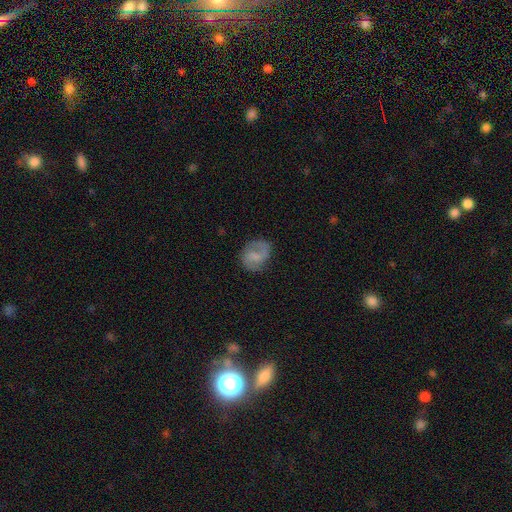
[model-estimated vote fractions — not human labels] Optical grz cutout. It shows a featured or disk galaxy (64%) with a weak bar (54%), 2 (81%) medium (48%) spiral arms (91%) and no central bulge (38%). Merging: none (74%).